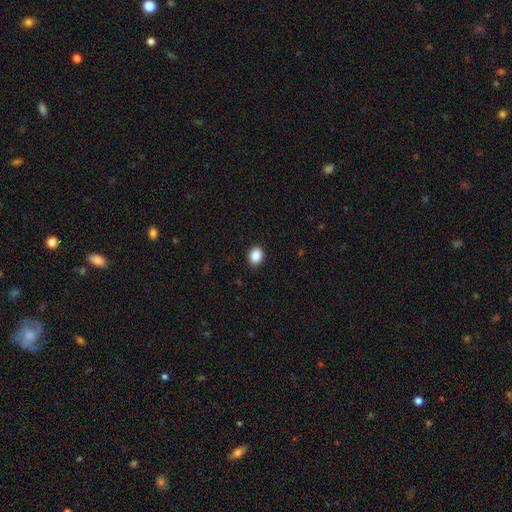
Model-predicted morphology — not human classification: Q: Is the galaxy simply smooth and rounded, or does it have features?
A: smooth — 88%.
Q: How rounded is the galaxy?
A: in between — 50%.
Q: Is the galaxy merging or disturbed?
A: none — 89%.